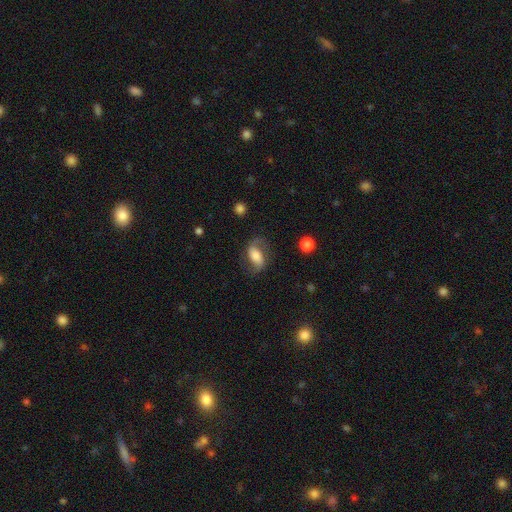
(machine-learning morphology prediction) A featured or disk galaxy (61%) with a weak bar (36%), 2 (90%) loose (50%) spiral arms (90%) and a moderate central bulge (42%). Merging: none (68%).